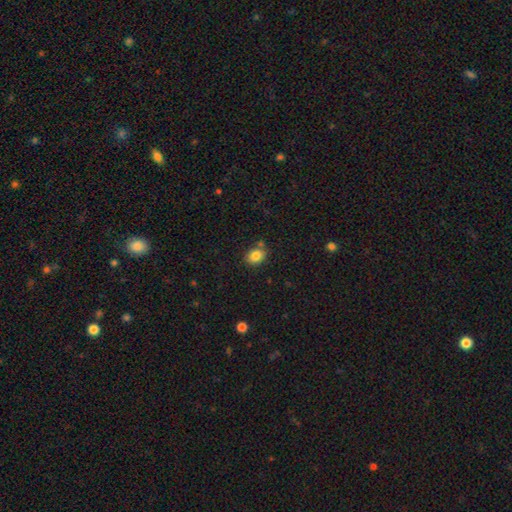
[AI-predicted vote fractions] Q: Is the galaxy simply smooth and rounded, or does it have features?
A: smooth — 84%.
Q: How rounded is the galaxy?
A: in between — 63%.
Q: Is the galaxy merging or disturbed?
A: none — 75%.